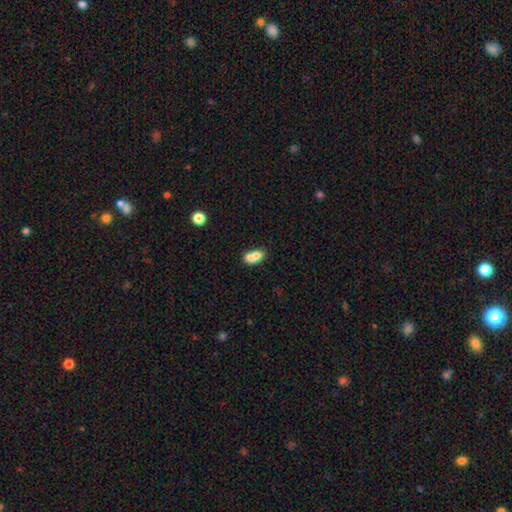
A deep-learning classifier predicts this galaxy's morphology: A smooth galaxy with no disk features (71%) that is in between round and cigar-shaped (76%). Merging: merger (62%).